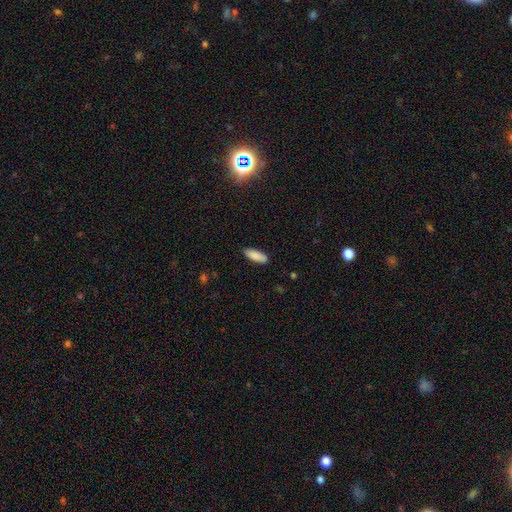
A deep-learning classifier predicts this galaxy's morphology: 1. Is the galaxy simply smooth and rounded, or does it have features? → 89% smooth, 6% star or artifact, 5% featured or disk.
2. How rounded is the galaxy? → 67% in between, 31% cigar-shaped, 2% round.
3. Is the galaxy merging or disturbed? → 87% none, 10% minor disturbance, 2% major disturbance, 1% merger.